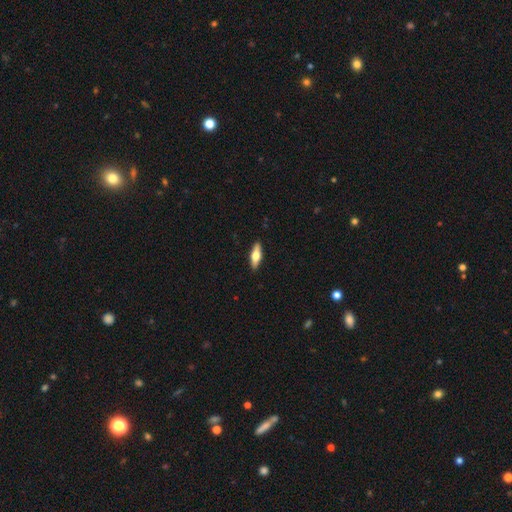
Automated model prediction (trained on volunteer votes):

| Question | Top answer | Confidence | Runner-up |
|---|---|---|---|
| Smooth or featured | smooth | 52% | featured or disk (42%) |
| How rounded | in between | 52% | cigar-shaped (46%) |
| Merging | none | 90% | minor disturbance (8%) |